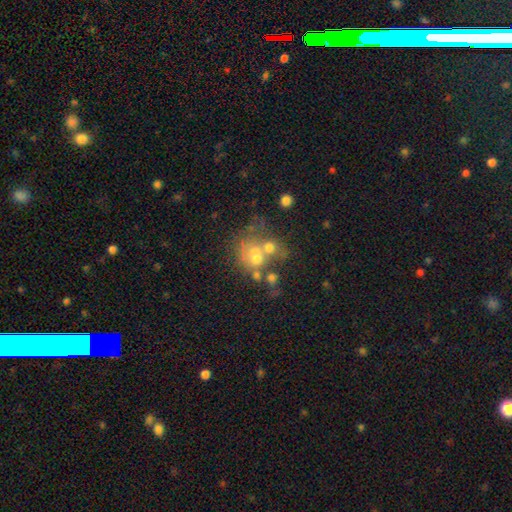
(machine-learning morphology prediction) A featured or disk galaxy (41%).

Vote fractions:
- Smooth or featured? featured or disk: 41% / smooth: 40% / star or artifact: 19%
- Merging? merger: 48% / none: 27% / major disturbance: 14% / minor disturbance: 11%